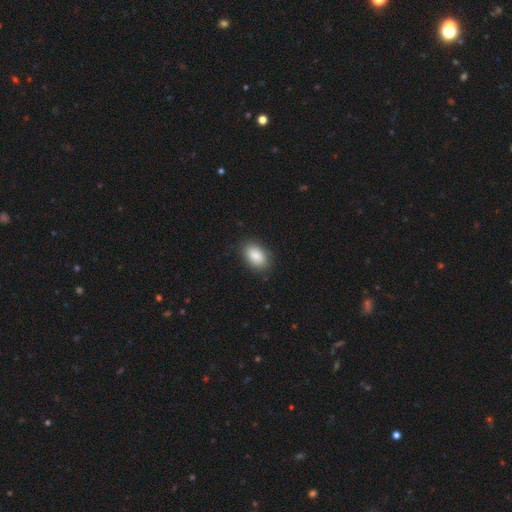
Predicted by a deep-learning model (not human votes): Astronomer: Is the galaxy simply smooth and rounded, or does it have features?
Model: smooth — 88%.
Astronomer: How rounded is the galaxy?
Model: in between — 90%.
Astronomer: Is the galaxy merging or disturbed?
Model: none — 86%.